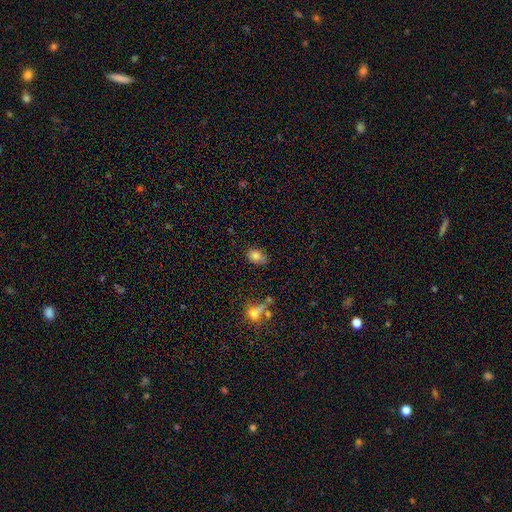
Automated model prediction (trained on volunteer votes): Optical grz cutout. It shows a smooth galaxy with no disk features (80%) that is in between round and cigar-shaped (77%). Merging: none (72%).